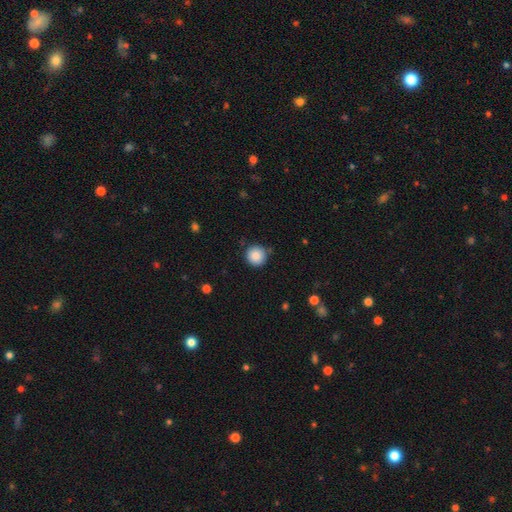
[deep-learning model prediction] Smooth or featured? Predicted: smooth (p=0.84). How rounded? Predicted: round (p=0.95). Merging? Predicted: none (p=0.86).